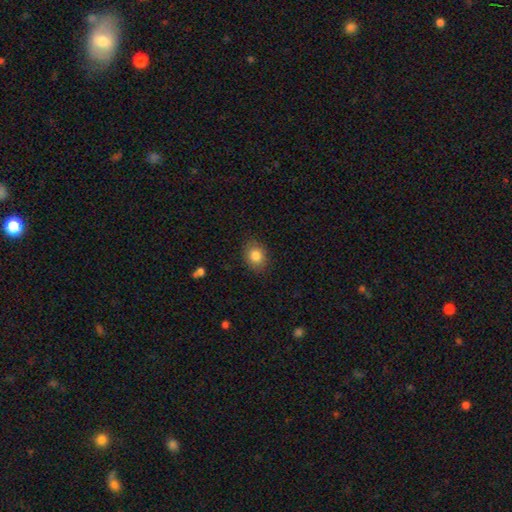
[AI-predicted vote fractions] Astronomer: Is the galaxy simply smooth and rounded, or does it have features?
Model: smooth — 84%.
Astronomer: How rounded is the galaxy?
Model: in between — 53% (runner-up: round, 46%).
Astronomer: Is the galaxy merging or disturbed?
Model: none — 85%.